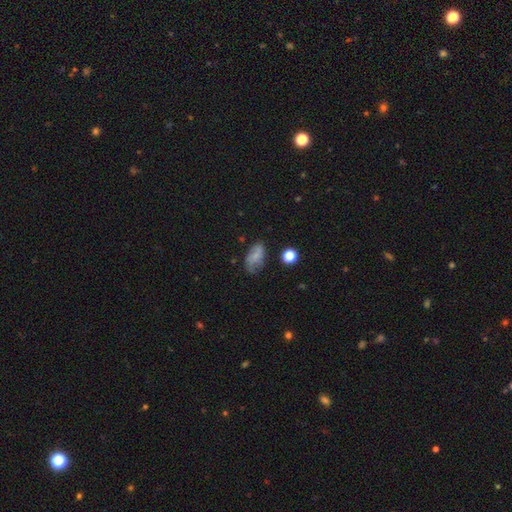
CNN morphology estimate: smooth_or_featured: smooth (p=0.63) [alt: featured or disk p=0.25]
how_rounded: in between (p=0.89) [alt: round p=0.08]
merging: none (p=0.53) [alt: minor disturbance p=0.30]